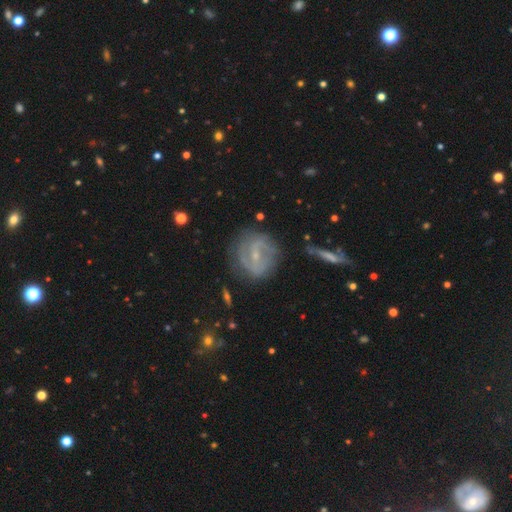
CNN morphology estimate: type=featured or disk (78%); edge-on=no (96%); bar=weak (48%); spiral arms=yes (88%); winding=medium (41%); arm count=2 (69%); bulge=small (73%); merging=none (74%).